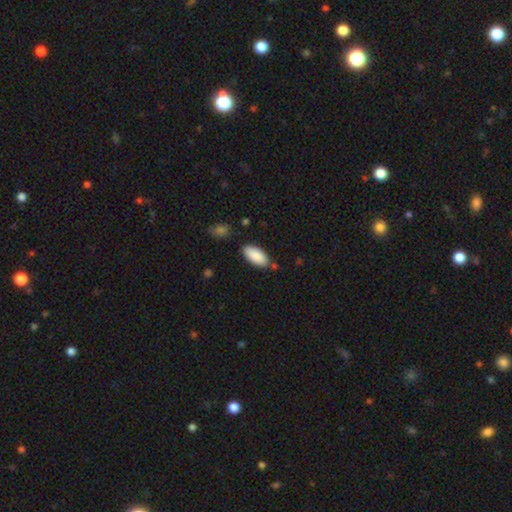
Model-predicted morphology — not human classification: Smooth or featured? Predicted: smooth (p=0.90). How rounded? Predicted: in between (p=0.92). Merging? Predicted: none (p=0.80).